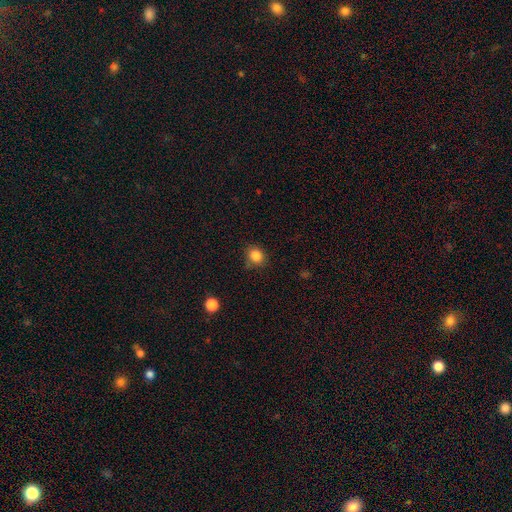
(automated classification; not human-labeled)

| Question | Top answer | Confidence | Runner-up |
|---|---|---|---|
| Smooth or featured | smooth | 85% | star or artifact (11%) |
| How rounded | round | 72% | in between (27%) |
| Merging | none | 78% | minor disturbance (16%) |